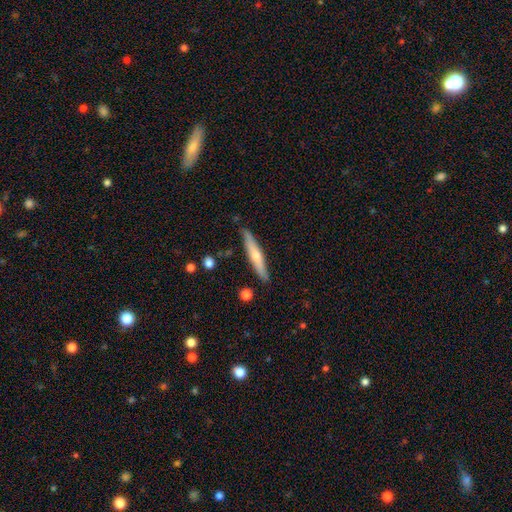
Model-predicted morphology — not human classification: Q: Smooth or featured?
A: featured or disk (48%); runner-up: smooth (46%)
Q: Merging?
A: none (86%); runner-up: minor disturbance (10%)